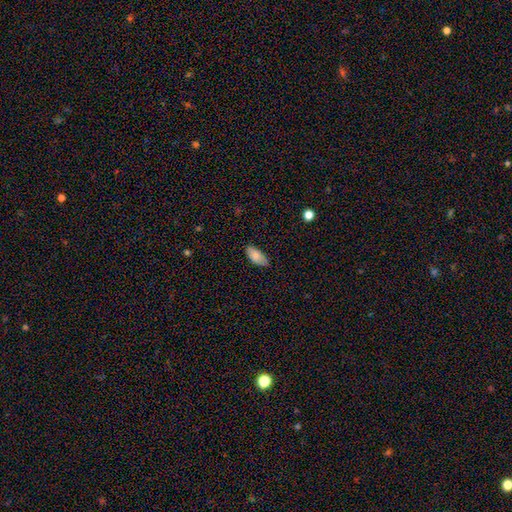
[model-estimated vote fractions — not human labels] A smooth galaxy with no disk features (83%) that is in between round and cigar-shaped (91%).

Vote fractions:
- Smooth or featured? smooth: 83% / featured or disk: 11% / star or artifact: 6%
- How rounded? in between: 91% / cigar-shaped: 7% / round: 2%
- Merging? none: 80% / minor disturbance: 17% / major disturbance: 2% / merger: 1%